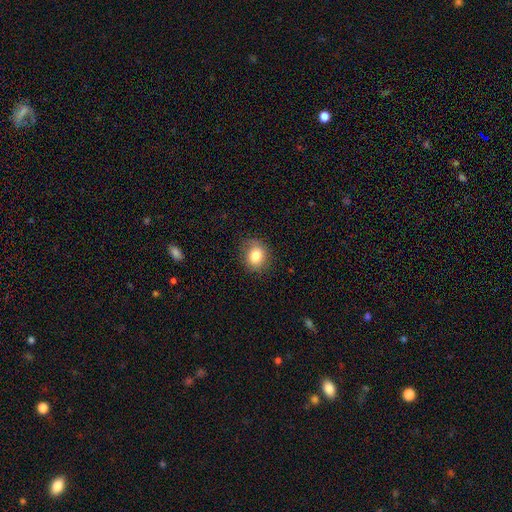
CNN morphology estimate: This is clearly a smooth galaxy (82%). How rounded: likely round (69%). Merging: clearly none (84%).